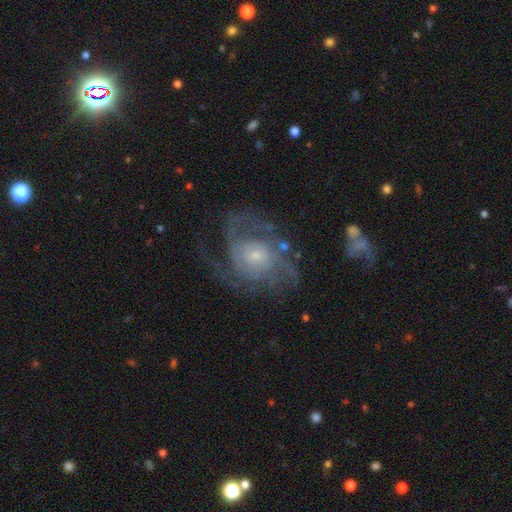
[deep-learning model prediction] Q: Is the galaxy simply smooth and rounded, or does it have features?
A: featured or disk — 84%.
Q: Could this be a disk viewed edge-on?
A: no — 97%.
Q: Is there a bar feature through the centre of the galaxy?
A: no — 69%.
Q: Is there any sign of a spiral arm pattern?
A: yes — 93%.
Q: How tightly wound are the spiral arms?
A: medium — 43%.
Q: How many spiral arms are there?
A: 2 — 30%.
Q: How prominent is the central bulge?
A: small — 67%.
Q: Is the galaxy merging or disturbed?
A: none — 61%.